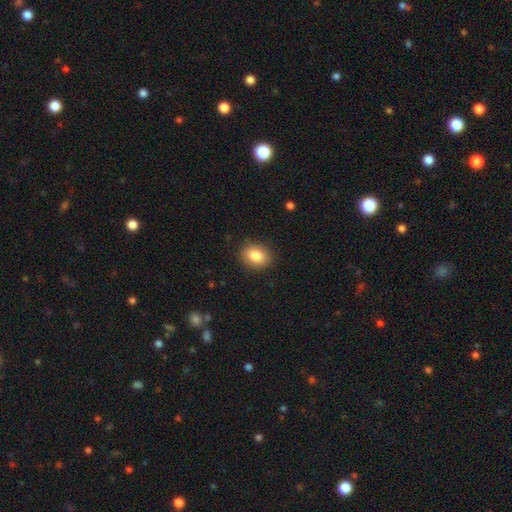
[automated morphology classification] The model was most divided on "how rounded": in between: 56%, round: 43%, cigar-shaped: 1%. More confident: merging — none (87%); smooth or featured — smooth (85%).